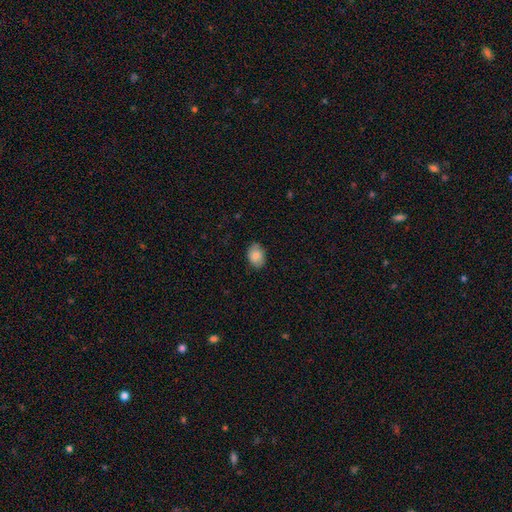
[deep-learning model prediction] A smooth galaxy with no disk features (86%) that is in between round and cigar-shaped (75%).

Vote fractions:
- Smooth or featured? smooth: 86% / star or artifact: 7% / featured or disk: 7%
- How rounded? in between: 75% / round: 24% / cigar-shaped: 1%
- Merging? none: 80% / minor disturbance: 16% / major disturbance: 3% / merger: 1%